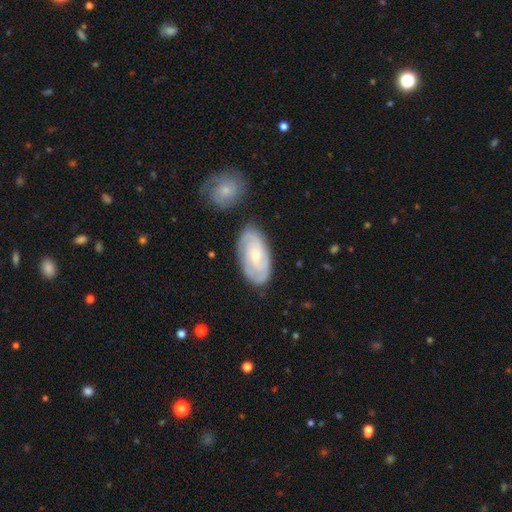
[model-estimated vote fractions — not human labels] Smooth or featured? featured or disk (69%)
Edge-on disk? no (94%)
Bar? no (70%)
Spiral arms? yes (89%)
Spiral winding? tight (66%)
Spiral arm count? can't tell (36%, tied with 2)
Bulge size? small (64%)
Merging? none (78%)